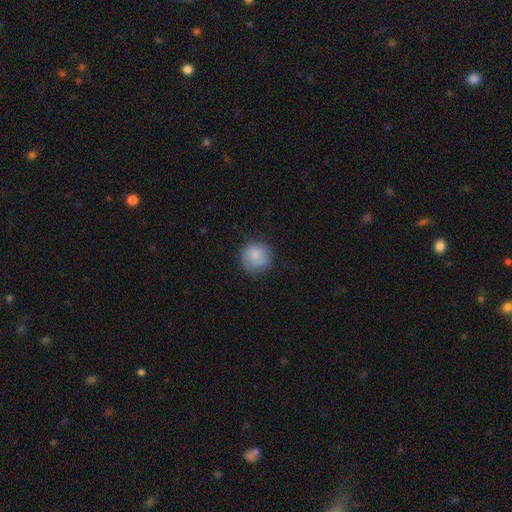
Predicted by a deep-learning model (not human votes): Smooth or featured: smooth — 82% (featured or disk — 10%)
How rounded: round — 93% (in between — 6%)
Merging: none — 79% (minor disturbance — 16%)